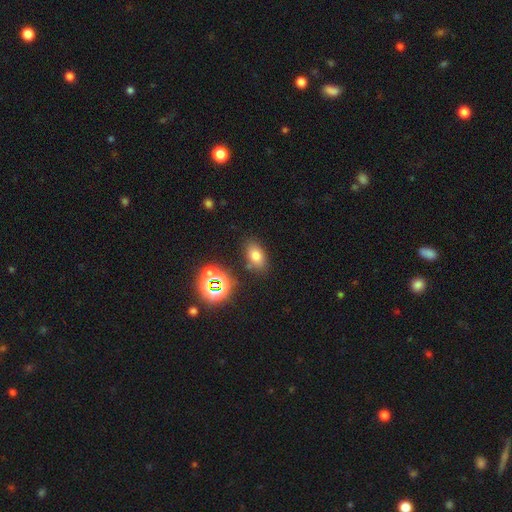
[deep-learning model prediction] Smooth or featured? Predicted: smooth (p=0.68). How rounded? Predicted: in between (p=0.85). Merging? Predicted: none (p=0.79).